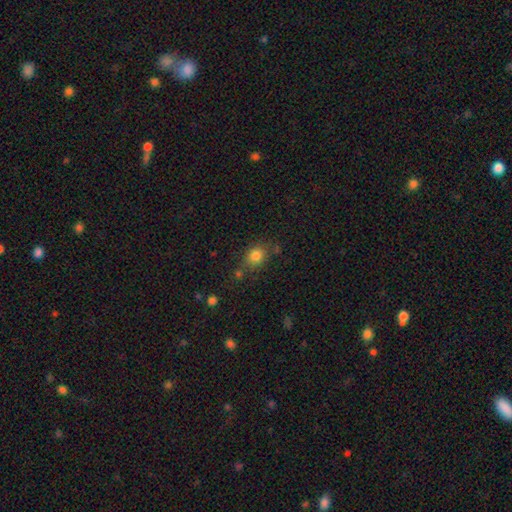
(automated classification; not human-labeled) Smooth or featured? smooth (80%)
How rounded? round (57%)
Merging? none (66%)